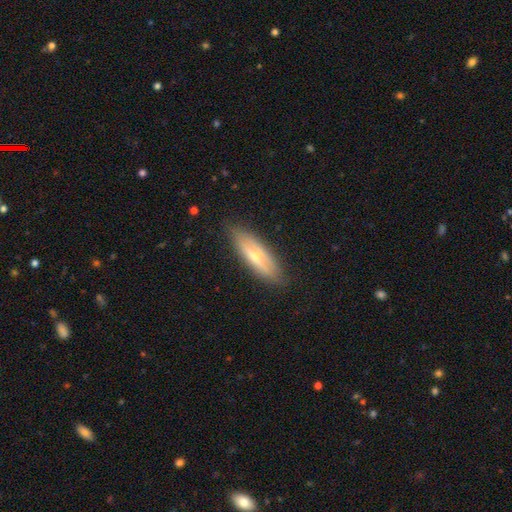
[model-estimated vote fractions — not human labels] smooth_or_featured: featured or disk (p=0.55) [alt: smooth p=0.38]
disk_edge_on: yes (p=0.71) [alt: no p=0.29]
merging: none (p=0.83) [alt: minor disturbance p=0.13]